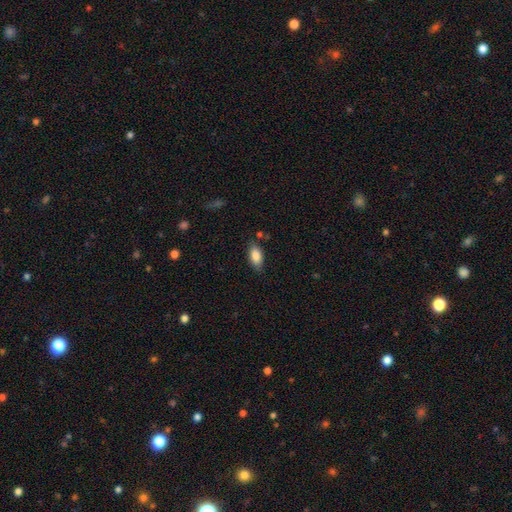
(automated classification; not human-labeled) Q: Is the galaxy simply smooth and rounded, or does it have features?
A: smooth — 86%.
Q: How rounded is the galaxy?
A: in between — 91%.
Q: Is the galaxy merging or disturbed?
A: none — 79%.